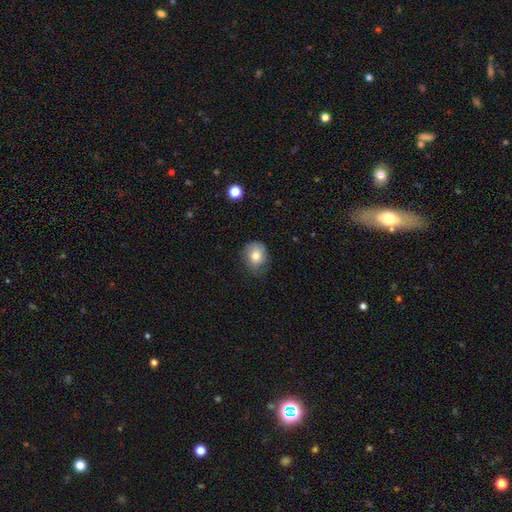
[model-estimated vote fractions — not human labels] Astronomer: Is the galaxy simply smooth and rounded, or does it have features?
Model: smooth — 77%.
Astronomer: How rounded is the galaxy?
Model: round — 66%.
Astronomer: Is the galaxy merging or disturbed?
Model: none — 64%.